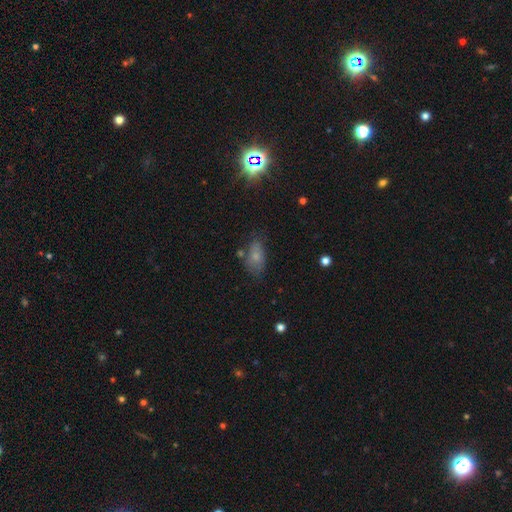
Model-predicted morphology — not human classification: Smooth or featured: smooth — 64% (featured or disk — 21%)
How rounded: in between — 86% (round — 8%)
Merging: none — 60% (minor disturbance — 24%)